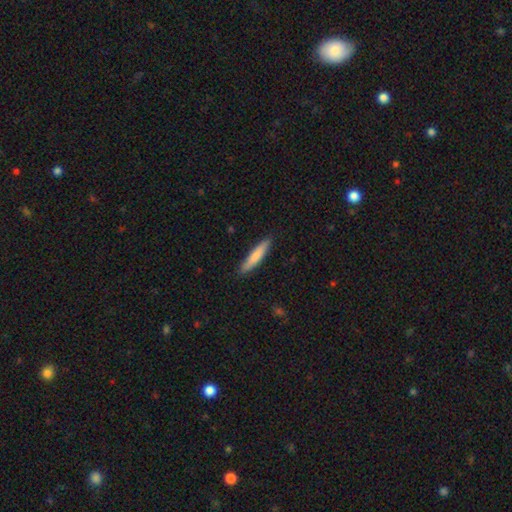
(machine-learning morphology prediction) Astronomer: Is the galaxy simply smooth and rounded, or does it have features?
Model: smooth — 77%.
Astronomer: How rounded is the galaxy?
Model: cigar-shaped — 88%.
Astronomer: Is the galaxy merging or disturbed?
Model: none — 88%.